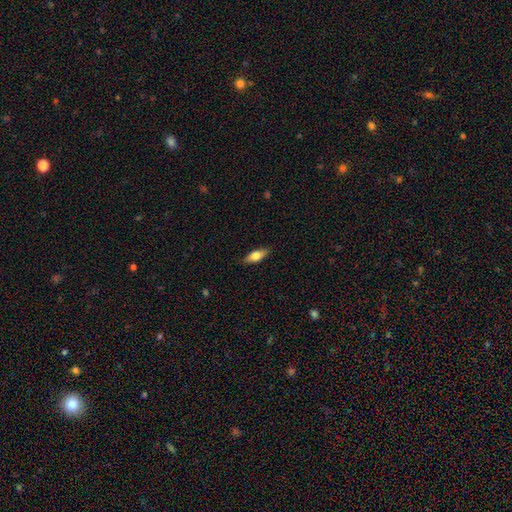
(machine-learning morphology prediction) Smooth or featured?
  - smooth: 67% *
  - featured or disk: 27%
  - star or artifact: 6%
How rounded?
  - in between: 72% *
  - cigar-shaped: 25%
  - round: 3%
Merging?
  - none: 86% *
  - minor disturbance: 10%
  - major disturbance: 2%
  - merger: 1%